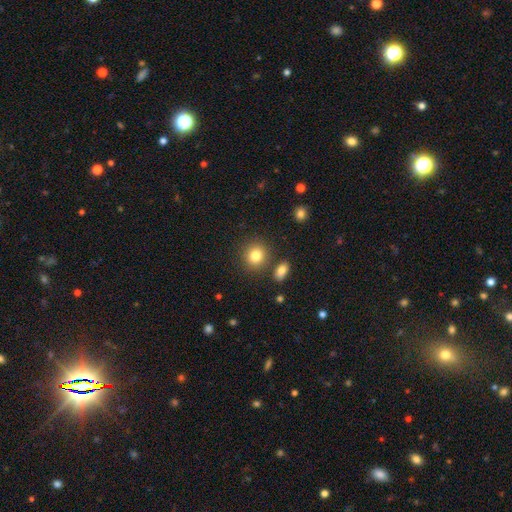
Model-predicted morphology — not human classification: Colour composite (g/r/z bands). It shows a smooth galaxy with no disk features (83%) that is round (84%). Merging: none (82%).